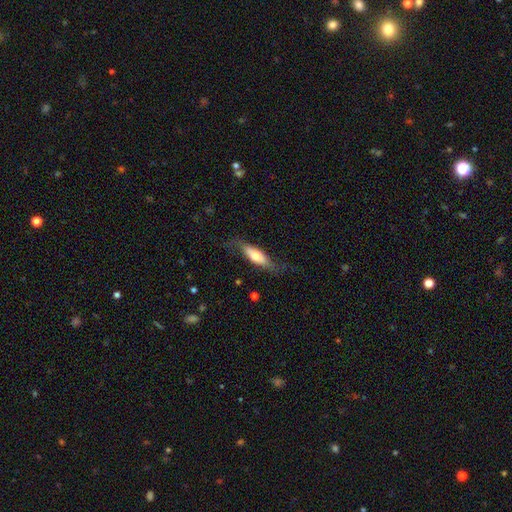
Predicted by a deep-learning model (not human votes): Smooth or featured?
  - smooth: 51% *
  - featured or disk: 43%
  - star or artifact: 6%
How rounded?
  - cigar-shaped: 50% *
  - in between: 47%
  - round: 3%
Merging?
  - none: 62% *
  - minor disturbance: 23%
  - major disturbance: 13%
  - merger: 2%